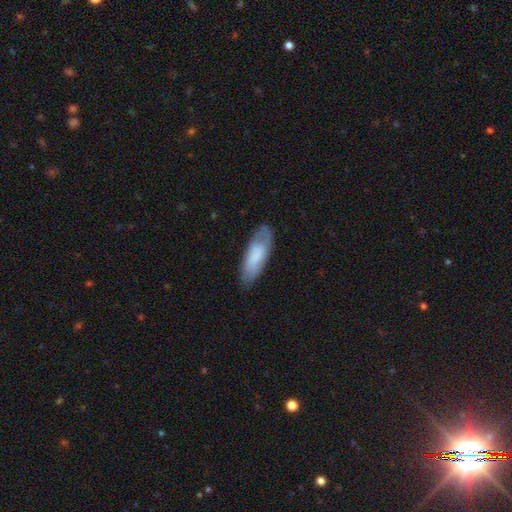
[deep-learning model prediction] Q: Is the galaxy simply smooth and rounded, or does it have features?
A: smooth — 71%.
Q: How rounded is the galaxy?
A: in between — 66%.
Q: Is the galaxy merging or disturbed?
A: none — 75%.